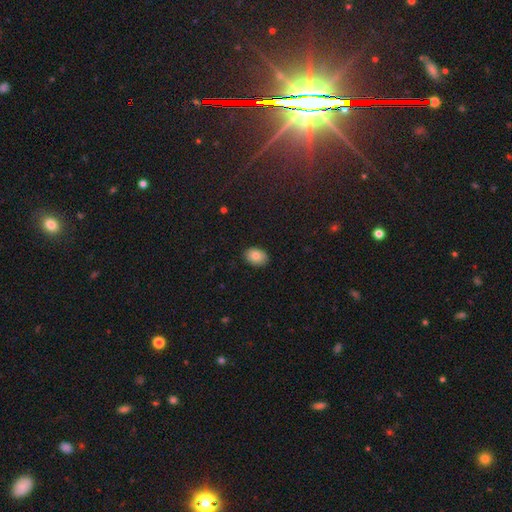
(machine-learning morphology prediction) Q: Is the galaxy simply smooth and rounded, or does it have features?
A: smooth — 83%.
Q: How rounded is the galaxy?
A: in between — 73%.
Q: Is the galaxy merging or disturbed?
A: none — 88%.